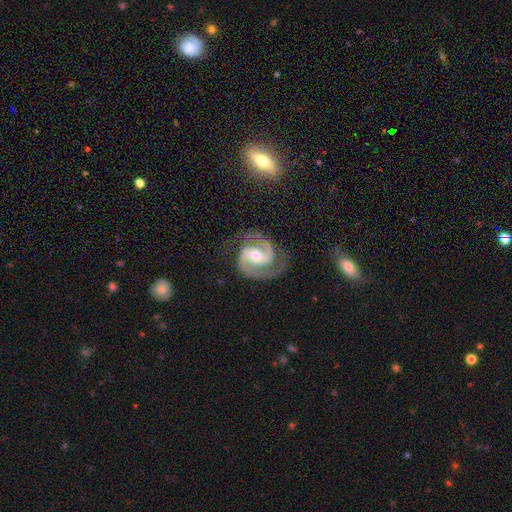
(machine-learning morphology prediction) This appears to be a featured or disk galaxy (93%) with a weak bar (45%), 2 (94%) medium (58%) spiral arms (98%) and a moderate central bulge (67%). Merging: none (80%).